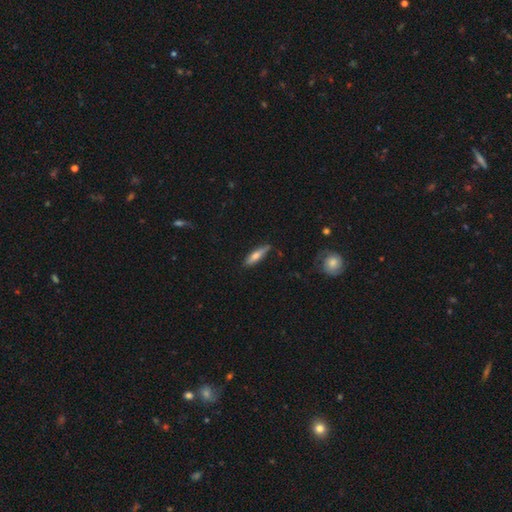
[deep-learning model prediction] A smooth galaxy with no disk features (61%) that is cigar-shaped (74%). Merging: none (81%).